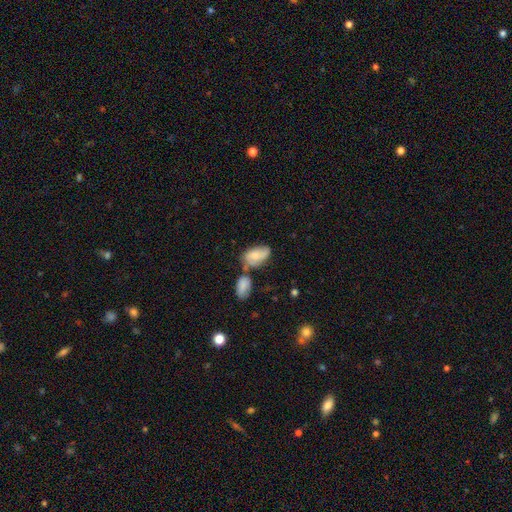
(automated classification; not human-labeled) smooth-or-featured: smooth: 65% | featured or disk: 28% | star or artifact: 7%
  how-rounded: in between: 92% | round: 5% | cigar-shaped: 3%
  merging: none: 37% | merger: 31% | minor disturbance: 24% | major disturbance: 9%